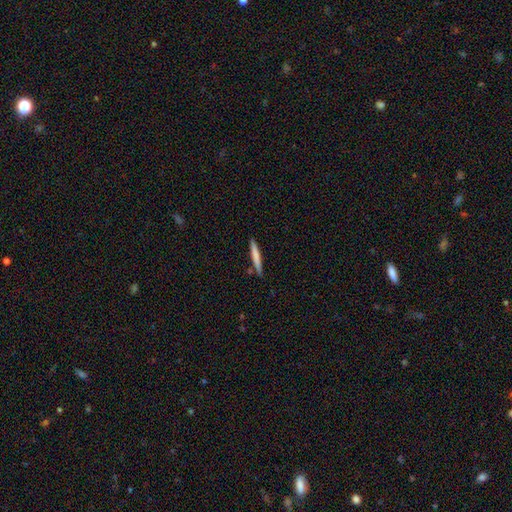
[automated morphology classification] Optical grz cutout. It shows a smooth galaxy with no disk features (71%) that is cigar-shaped (96%). Merging: none (86%).